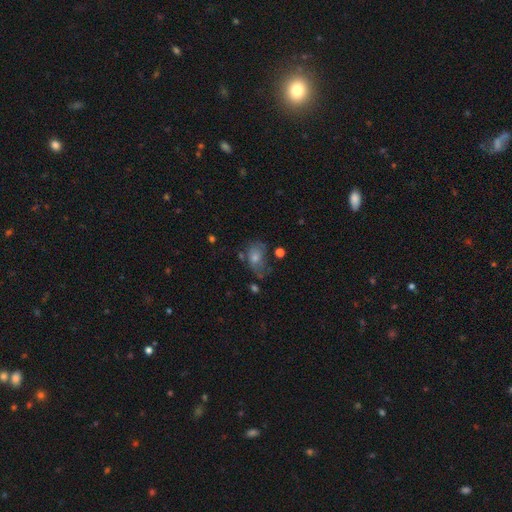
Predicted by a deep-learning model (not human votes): Smooth or featured?
  - smooth: 44% *
  - featured or disk: 33%
  - star or artifact: 23%
Merging?
  - none: 51% *
  - minor disturbance: 25%
  - major disturbance: 18%
  - merger: 7%